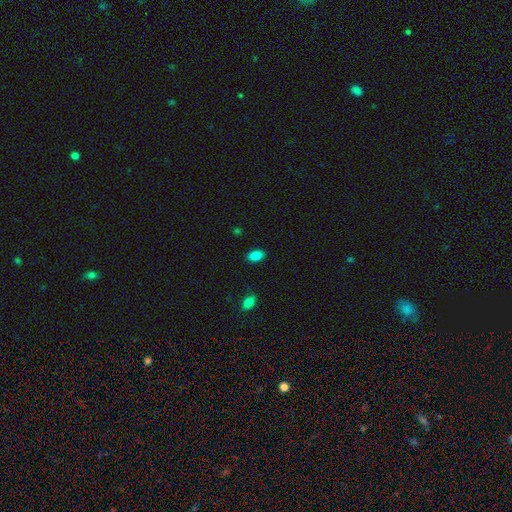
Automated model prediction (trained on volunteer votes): Smooth or featured?
  - smooth: 87% *
  - star or artifact: 9%
  - featured or disk: 5%
How rounded?
  - in between: 88% *
  - round: 11%
  - cigar-shaped: 1%
Merging?
  - none: 88% *
  - minor disturbance: 9%
  - major disturbance: 2%
  - merger: 1%